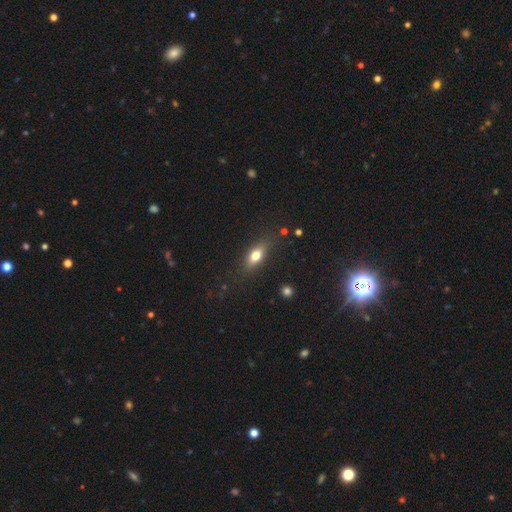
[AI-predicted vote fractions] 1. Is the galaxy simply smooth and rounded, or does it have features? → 69% smooth, 22% featured or disk, 9% star or artifact.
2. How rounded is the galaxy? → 70% in between, 23% cigar-shaped, 7% round.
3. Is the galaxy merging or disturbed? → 82% none, 13% minor disturbance, 4% major disturbance, 2% merger.